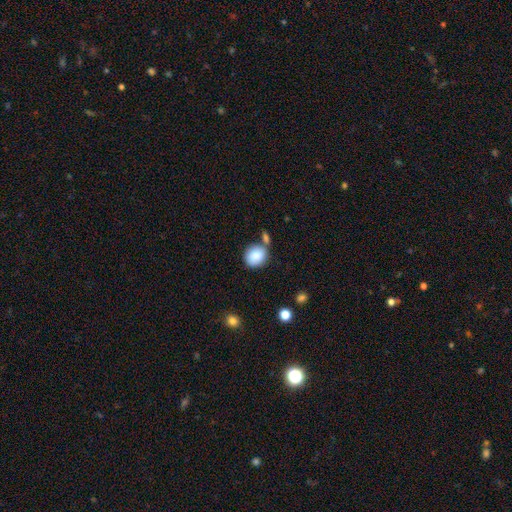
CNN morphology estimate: smooth 88%, star or artifact 7%, featured or disk 5%. Down the decision tree: how rounded — round (69%); merging — none (63%).